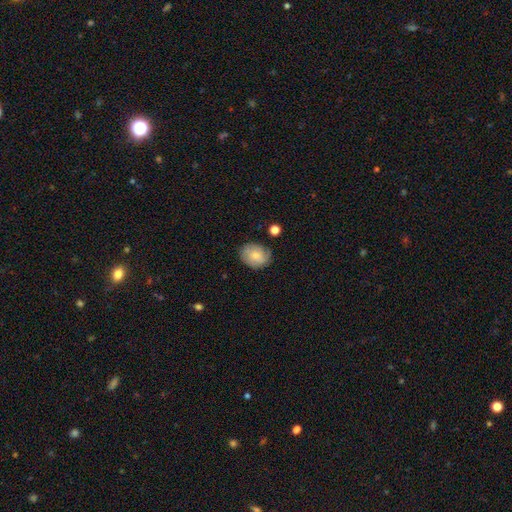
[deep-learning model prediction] Q: Smooth or featured?
A: smooth (61%); runner-up: featured or disk (31%)
Q: How rounded?
A: round (54%); runner-up: in between (45%)
Q: Merging?
A: none (76%); runner-up: minor disturbance (18%)